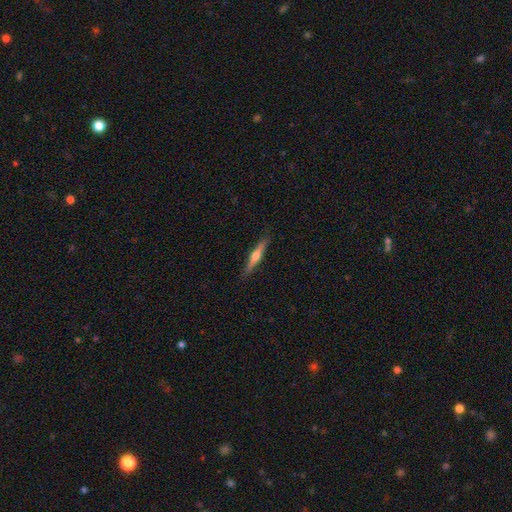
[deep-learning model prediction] smooth-or-featured: featured or disk: 62% | smooth: 33% | star or artifact: 6%
  disk-edge-on: yes: 98% | no: 2%
    edge-on-bulge: rounded: 88% | boxy: 6% | none: 6%
  merging: none: 89% | minor disturbance: 8% | major disturbance: 2% | merger: 1%